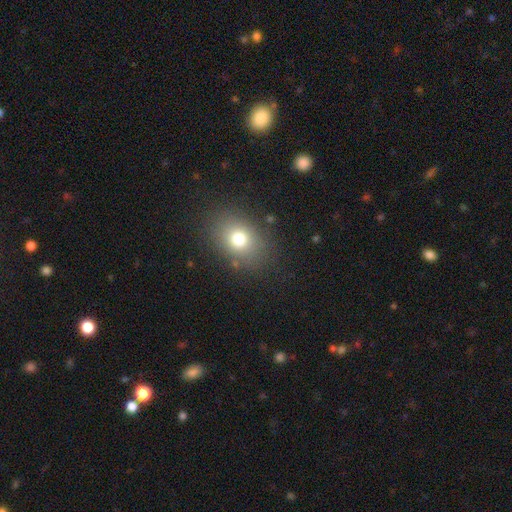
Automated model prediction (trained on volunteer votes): The model was most divided on "how rounded": in between: 57%, round: 41%, cigar-shaped: 1%. More confident: merging — none (88%); smooth or featured — smooth (70%).